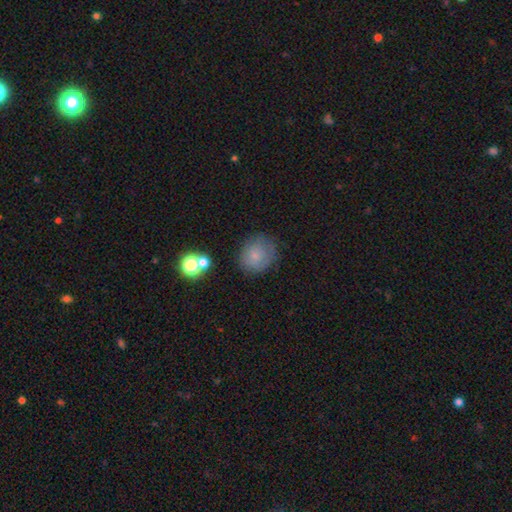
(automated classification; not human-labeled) Morphology: type=smooth (75%); roundness=round (76%); merging=none (71%).